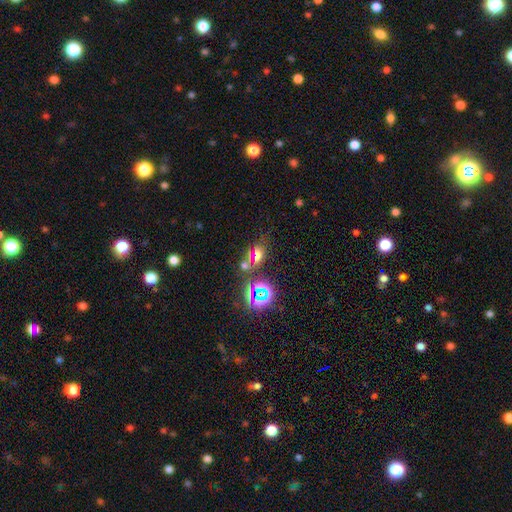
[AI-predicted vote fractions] Q: Smooth or featured?
A: star or artifact (46%); runner-up: smooth (41%)